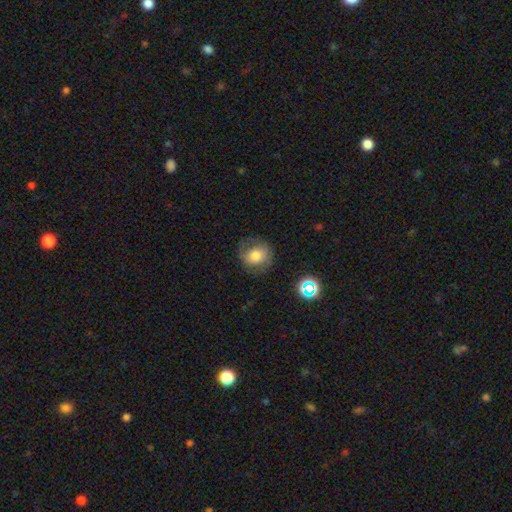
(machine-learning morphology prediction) This appears to be a smooth galaxy with no disk features (65%) that is round (77%). Merging: none (70%).